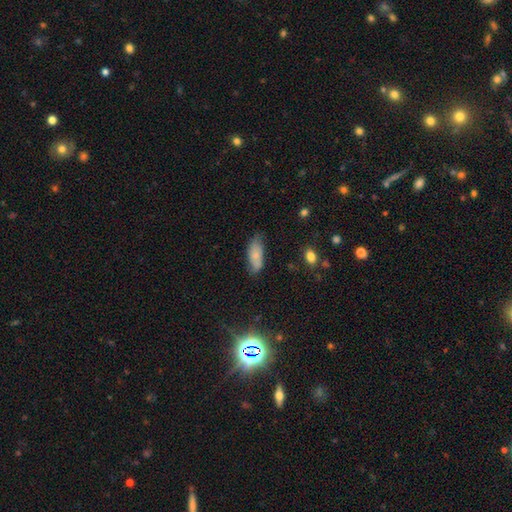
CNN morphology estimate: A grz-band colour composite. It shows a smooth galaxy with no disk features (69%) that is in between round and cigar-shaped (82%). Merging: none (63%).